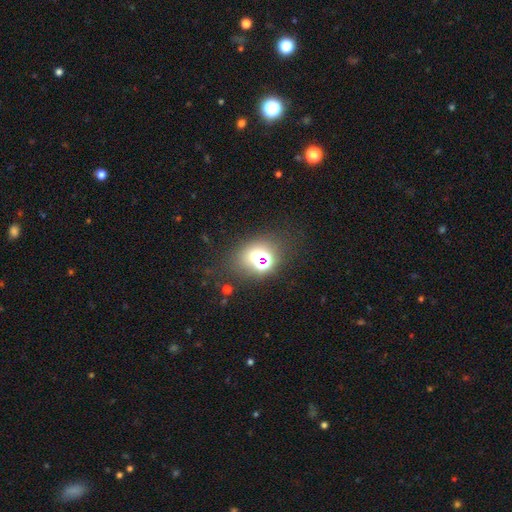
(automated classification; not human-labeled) Q: Smooth or featured?
A: star or artifact (51%); runner-up: smooth (35%)